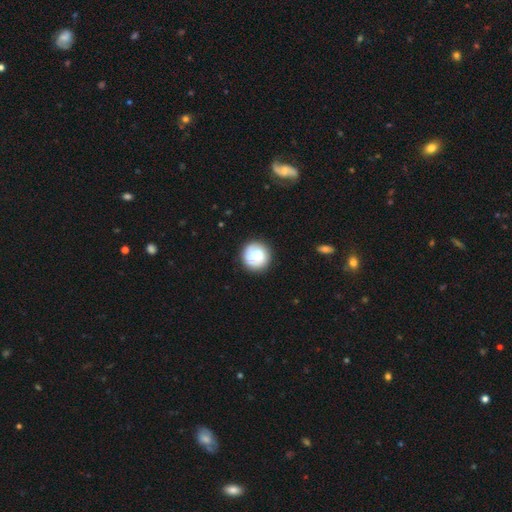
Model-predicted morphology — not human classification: This is likely a smooth galaxy (75%). How rounded: clearly round (94%). Merging: clearly none (83%).